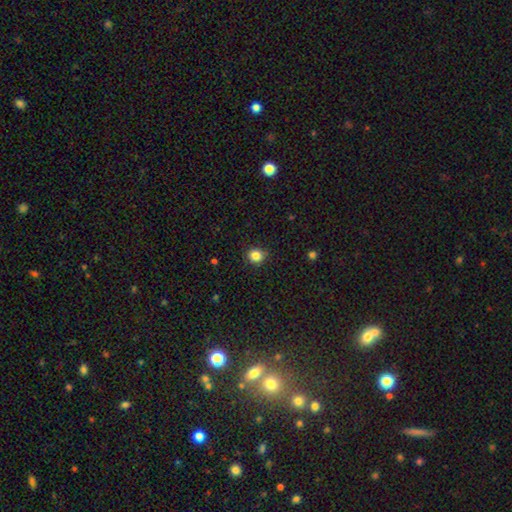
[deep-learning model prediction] A smooth galaxy with no disk features (84%) that is round (89%).

Vote fractions:
- Smooth or featured? smooth: 84% / star or artifact: 12% / featured or disk: 5%
- How rounded? round: 89% / in between: 10% / cigar-shaped: 1%
- Merging? none: 89% / minor disturbance: 8% / major disturbance: 2% / merger: 1%